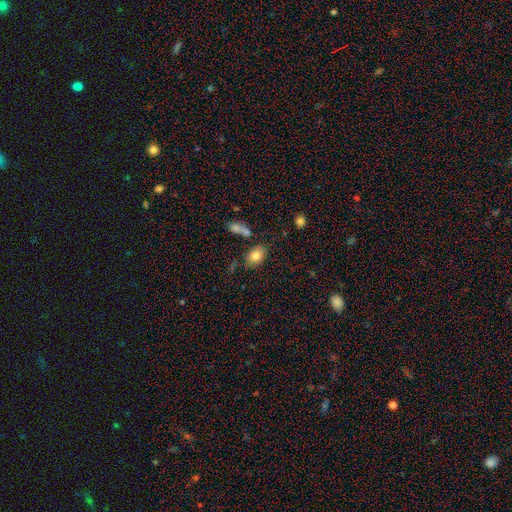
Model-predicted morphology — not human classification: The model was most divided on "merging": none: 71%, minor disturbance: 15%, merger: 10%, major disturbance: 4%. More confident: smooth or featured — smooth (81%); how rounded — in between (81%).